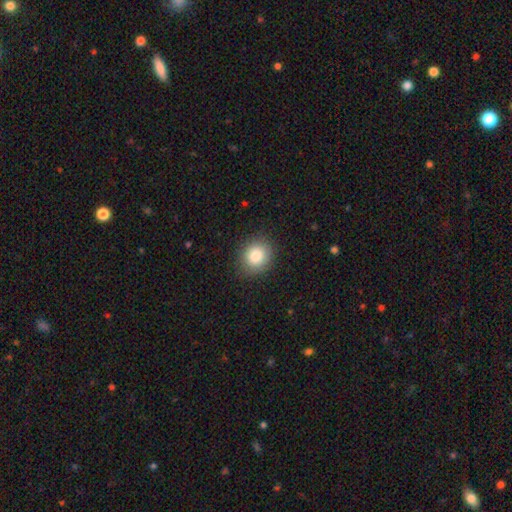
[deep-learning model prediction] Overall: smooth (84%). How rounded: round (73%). Merging: none (86%).